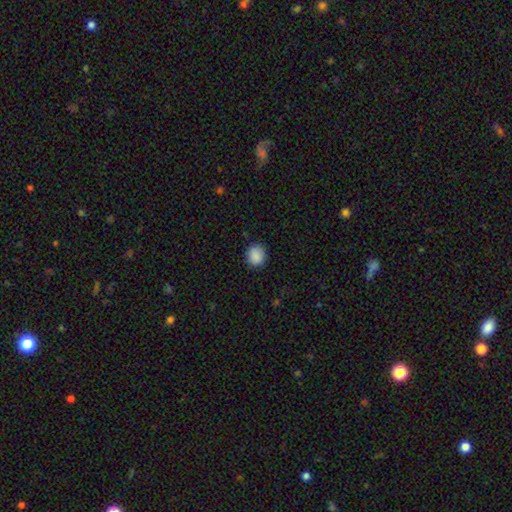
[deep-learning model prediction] A smooth galaxy with no disk features (89%) that is round (79%).

Vote fractions:
- Smooth or featured? smooth: 89% / star or artifact: 8% / featured or disk: 3%
- How rounded? round: 79% / in between: 20% / cigar-shaped: 1%
- Merging? none: 87% / minor disturbance: 9% / major disturbance: 2% / merger: 1%